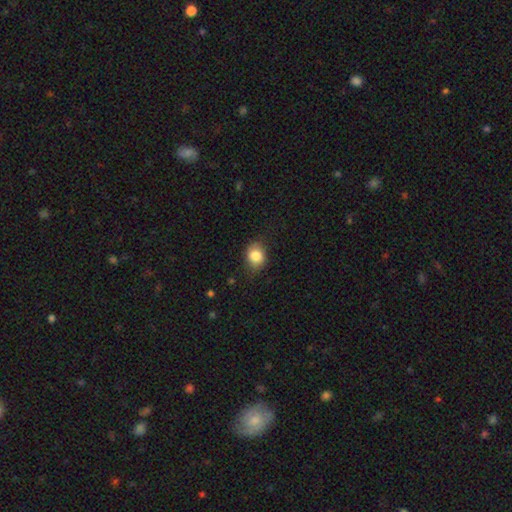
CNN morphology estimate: smooth_or_featured: smooth (p=0.84) [alt: star or artifact p=0.09]
how_rounded: round (p=0.52) [alt: in between p=0.47]
merging: none (p=0.78) [alt: minor disturbance p=0.17]